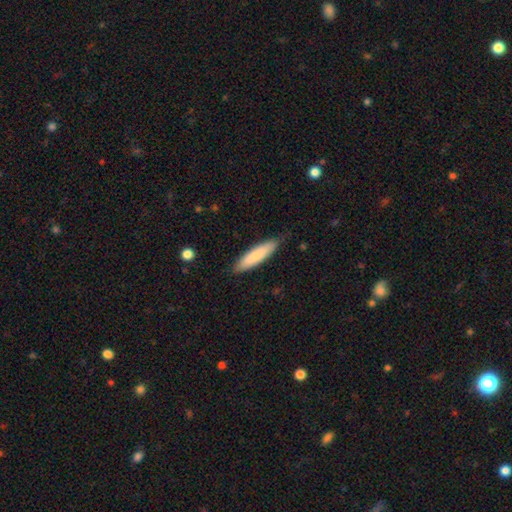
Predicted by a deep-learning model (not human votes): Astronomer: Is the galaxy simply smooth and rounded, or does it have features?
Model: smooth — 82%.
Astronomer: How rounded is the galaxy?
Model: cigar-shaped — 74%.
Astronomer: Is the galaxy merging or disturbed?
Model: none — 83%.